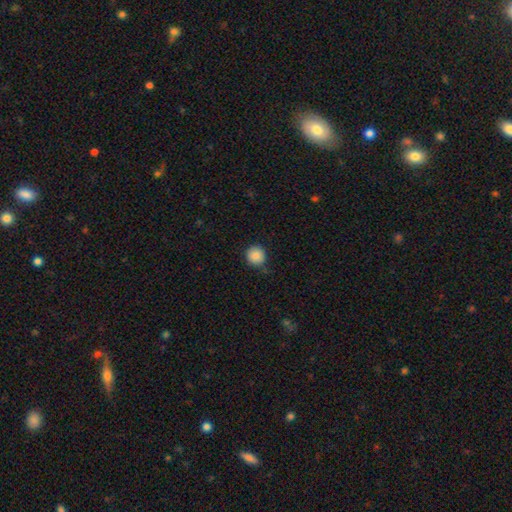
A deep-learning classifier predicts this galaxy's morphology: smooth 87%, star or artifact 9%, featured or disk 4%. Down the decision tree: how rounded — round (93%); merging — none (84%).